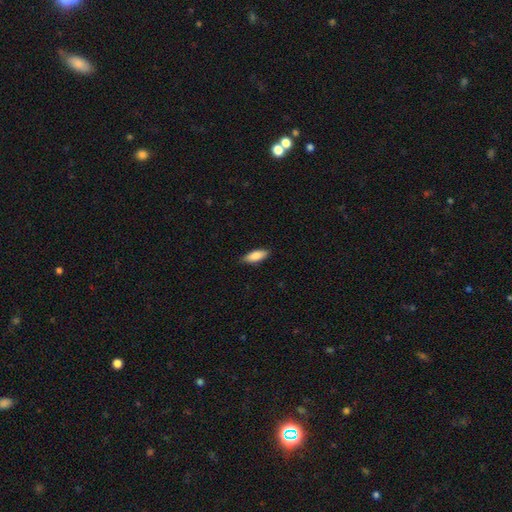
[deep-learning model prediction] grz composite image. It shows a smooth galaxy with no disk features (86%) that is in between round and cigar-shaped (74%). Merging: none (86%).